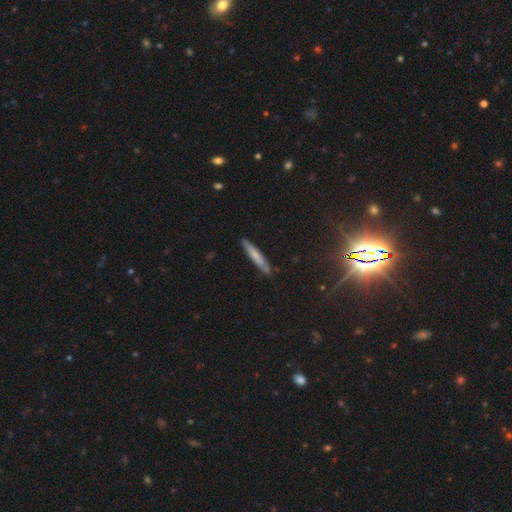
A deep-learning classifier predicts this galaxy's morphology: This appears to be a smooth galaxy with no disk features (65%) that is cigar-shaped (94%). Merging: none (87%).